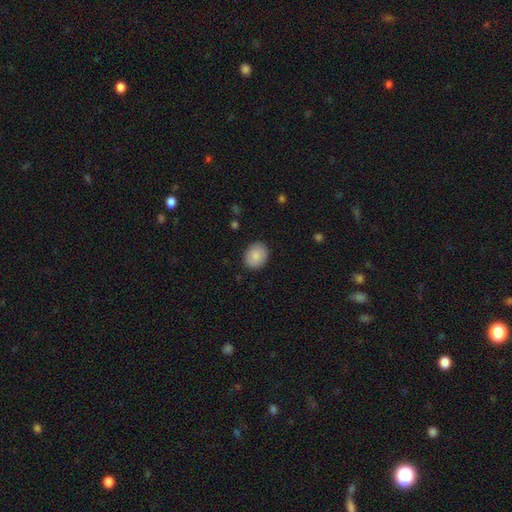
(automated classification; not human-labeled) Q: Smooth or featured?
A: smooth (87%); runner-up: star or artifact (7%)
Q: How rounded?
A: round (54%); runner-up: in between (45%)
Q: Merging?
A: none (88%); runner-up: minor disturbance (9%)